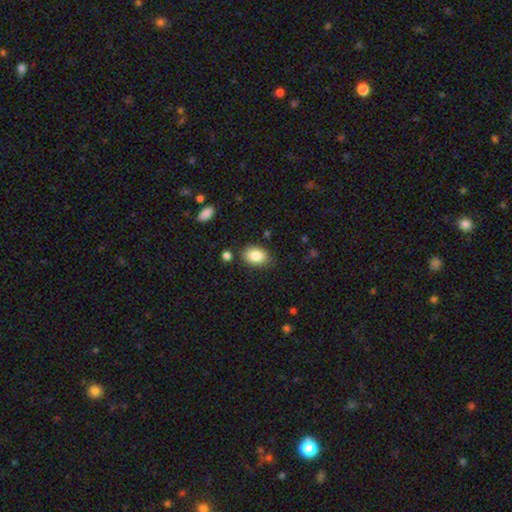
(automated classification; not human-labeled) Smooth or featured: smooth — 86% (star or artifact — 8%)
How rounded: in between — 82% (round — 17%)
Merging: none — 77% (minor disturbance — 16%)